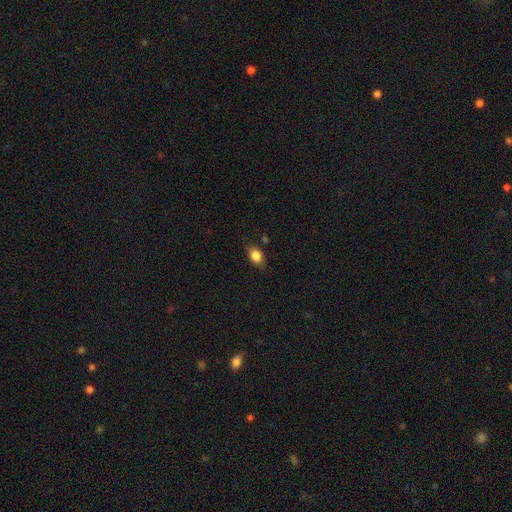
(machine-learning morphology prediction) Smooth or featured?
  - smooth: 83% *
  - star or artifact: 9%
  - featured or disk: 8%
How rounded?
  - in between: 78% *
  - round: 19%
  - cigar-shaped: 3%
Merging?
  - none: 78% *
  - minor disturbance: 17%
  - major disturbance: 4%
  - merger: 1%